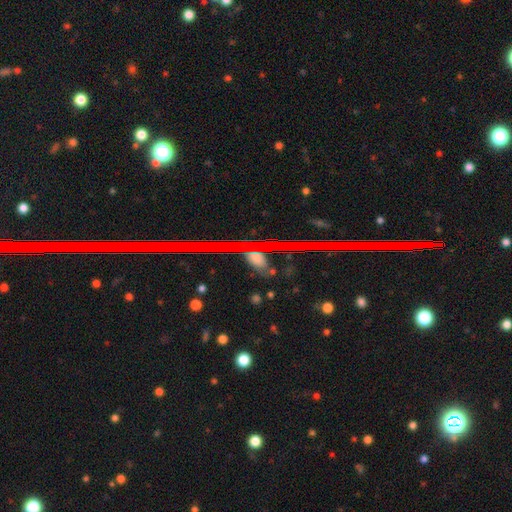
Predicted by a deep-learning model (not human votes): smooth_or_featured: star or artifact (p=0.52) [alt: smooth p=0.31]